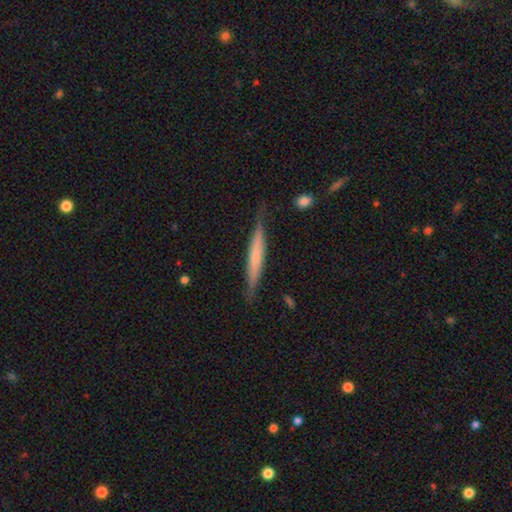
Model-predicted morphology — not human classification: smooth_or_featured: smooth (p=0.50) [alt: featured or disk p=0.45]
merging: none (p=0.79) [alt: minor disturbance p=0.16]